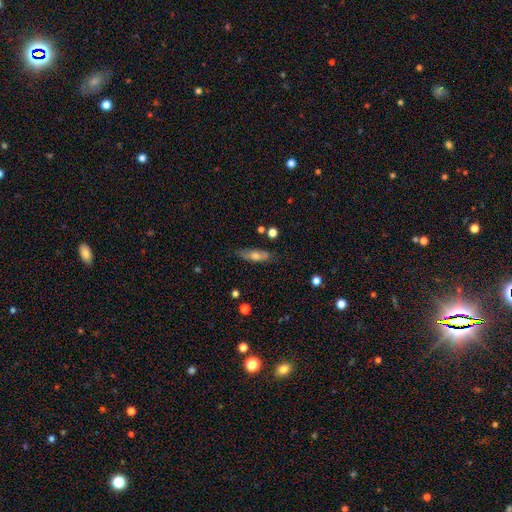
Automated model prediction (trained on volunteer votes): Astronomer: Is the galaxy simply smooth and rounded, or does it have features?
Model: smooth — 61%.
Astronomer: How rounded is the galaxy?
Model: in between — 54% (runner-up: cigar-shaped, 43%).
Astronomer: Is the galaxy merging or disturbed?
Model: none — 77%.